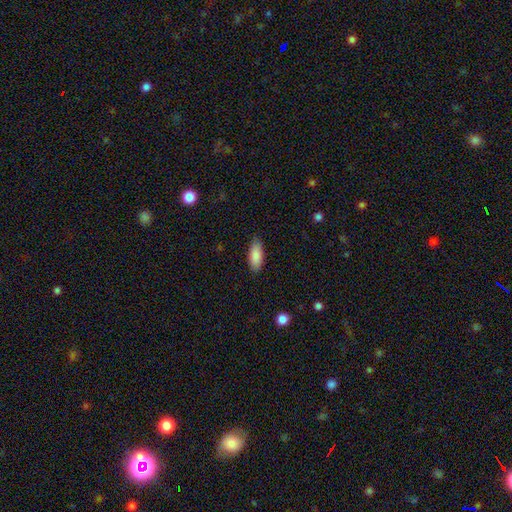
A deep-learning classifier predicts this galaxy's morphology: This appears to be a smooth galaxy with no disk features (88%) that is in between round and cigar-shaped (83%). Merging: none (85%).